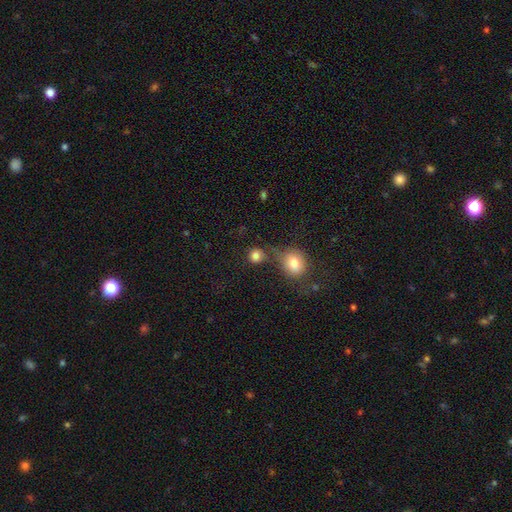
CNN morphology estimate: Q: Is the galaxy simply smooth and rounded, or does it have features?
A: smooth — 83%.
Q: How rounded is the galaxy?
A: round — 87%.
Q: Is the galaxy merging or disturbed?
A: none — 63%.